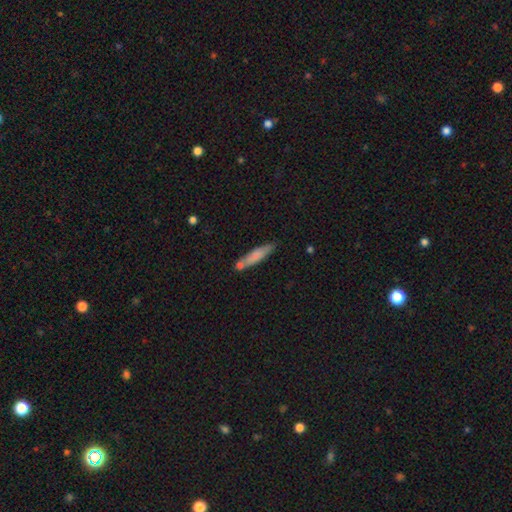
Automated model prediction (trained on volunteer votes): This is likely a smooth galaxy (74%). How rounded: clearly cigar-shaped (83%). Merging: likely none (67%).